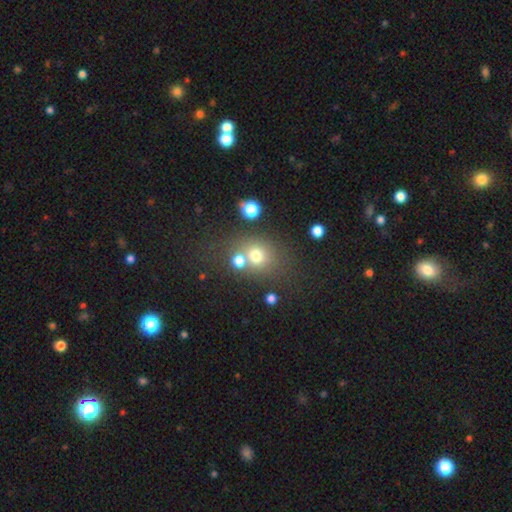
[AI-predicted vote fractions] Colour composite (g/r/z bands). It shows a smooth galaxy with no disk features (70%) that is round (76%). Merging: none (58%).